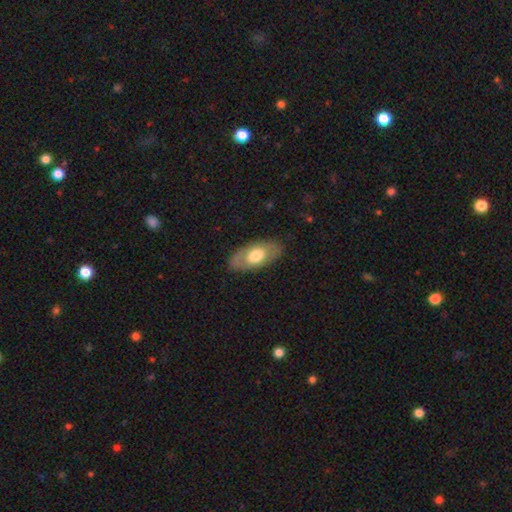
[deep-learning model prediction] smooth 55%, featured or disk 40%, star or artifact 5%. Down the decision tree: how rounded — in between (92%); merging — none (83%).